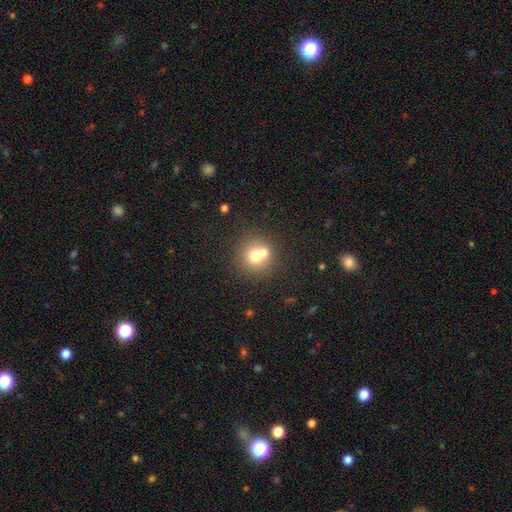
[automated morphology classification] This appears to be a smooth galaxy with no disk features (67%) that is round (90%). Merging: none (48%).